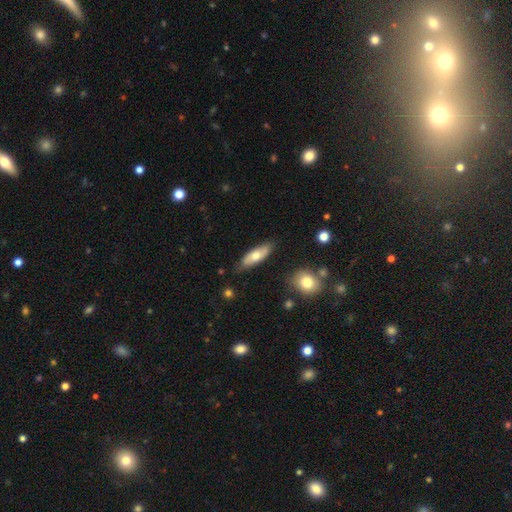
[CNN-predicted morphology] smooth 61%, featured or disk 33%, star or artifact 6%. Down the decision tree: how rounded — in between (60%); merging — none (80%).